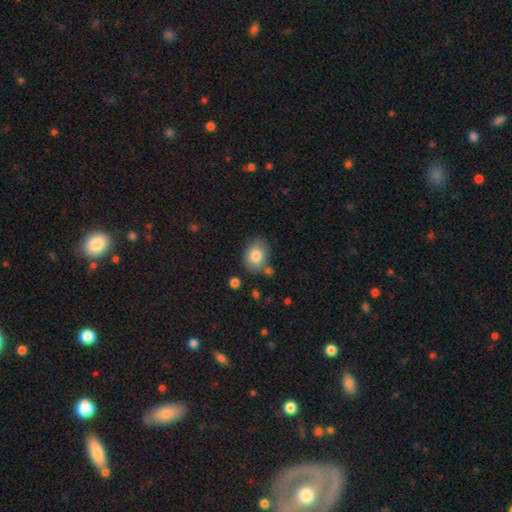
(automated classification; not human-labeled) Morphology: type=smooth (81%); roundness=in between (61%); merging=none (66%).